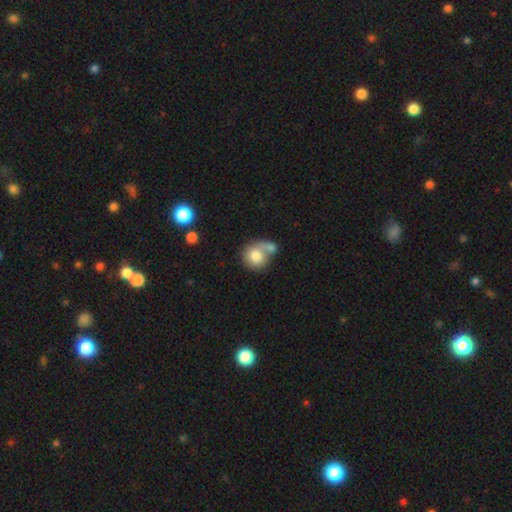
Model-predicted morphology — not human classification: smooth_or_featured: smooth (p=0.76) [alt: featured or disk p=0.17]
how_rounded: round (p=0.81) [alt: in between p=0.18]
merging: merger (p=0.45) [alt: none p=0.32]